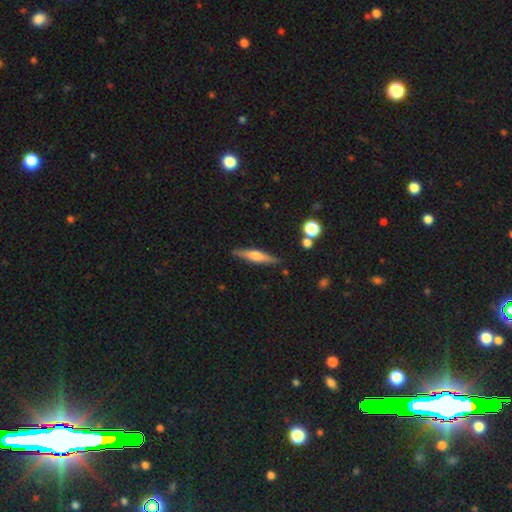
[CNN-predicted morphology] Smooth or featured? Predicted: featured or disk (p=0.59). Edge-on disk? Predicted: yes (p=0.95). Edge-on bulge? Predicted: rounded (p=0.80). Merging? Predicted: none (p=0.87).